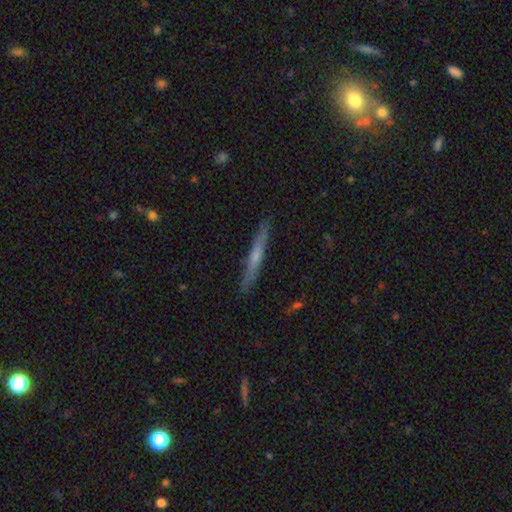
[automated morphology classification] Smooth or featured? Predicted: featured or disk (p=0.48). Merging? Predicted: none (p=0.89).